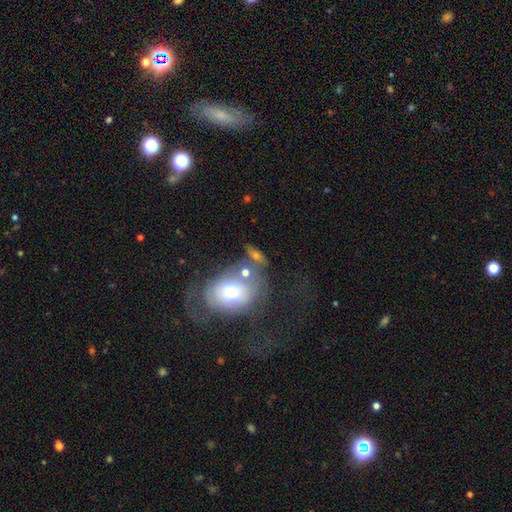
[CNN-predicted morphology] This is possibly a smooth galaxy (55%). How rounded: possibly in between (60%). Merging: marginally none (41%).